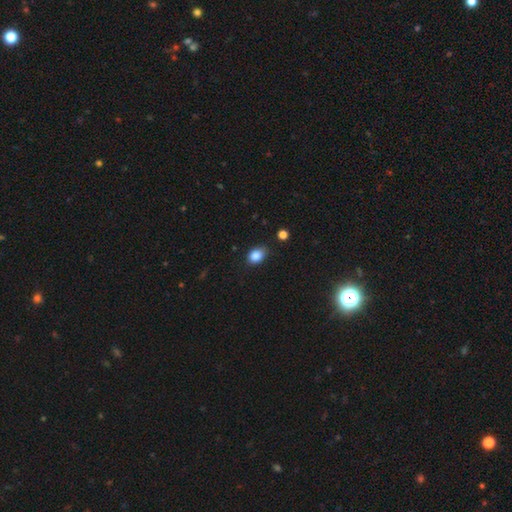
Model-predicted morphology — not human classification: Smooth or featured? Predicted: smooth (p=0.86). How rounded? Predicted: in between (p=0.71). Merging? Predicted: none (p=0.76).